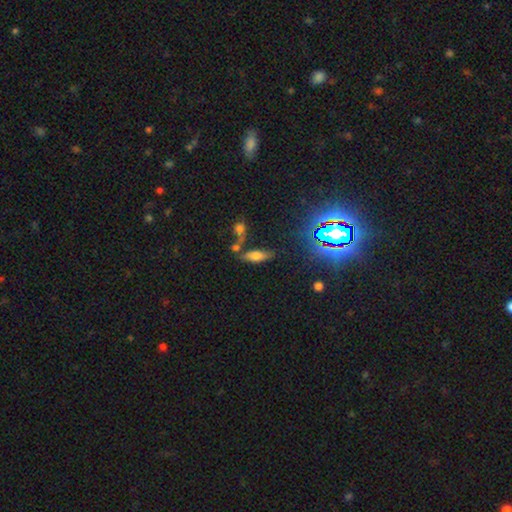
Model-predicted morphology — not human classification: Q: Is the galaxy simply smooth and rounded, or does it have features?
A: smooth — 65%.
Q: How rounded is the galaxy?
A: in between — 59%.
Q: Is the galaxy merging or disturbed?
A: none — 61%.